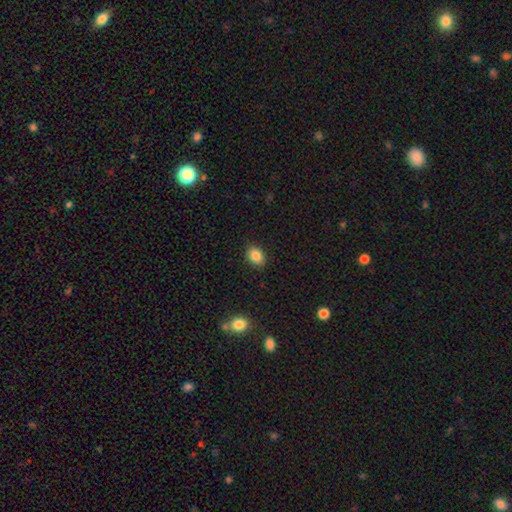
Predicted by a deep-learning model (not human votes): Morphology: type=smooth (86%); roundness=in between (70%); merging=none (88%).